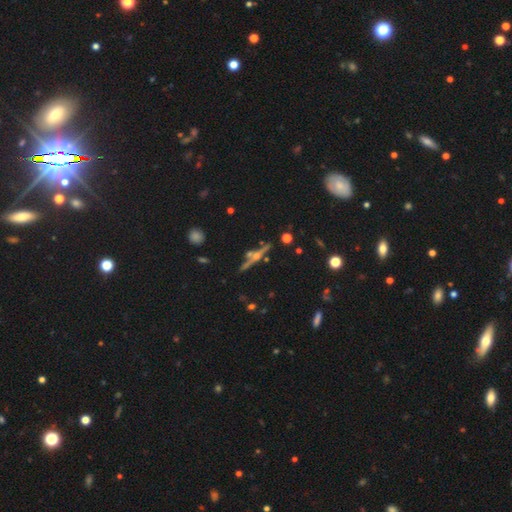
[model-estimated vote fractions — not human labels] Smooth or featured: featured or disk — 75% (smooth — 14%)
Edge-on disk: yes — 95% (no — 5%)
Edge-on bulge: rounded — 87% (none — 8%)
Merging: none — 79% (minor disturbance — 10%)